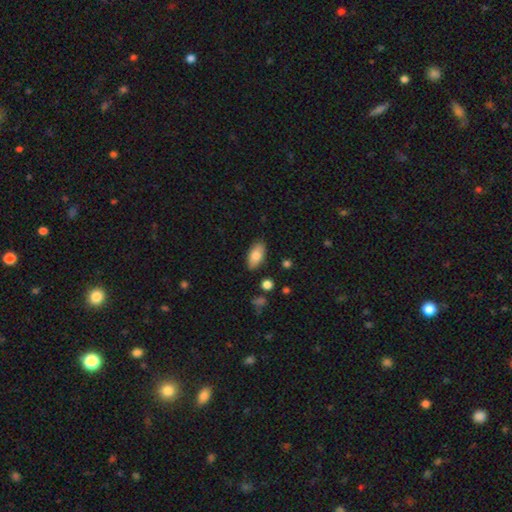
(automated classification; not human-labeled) Smooth or featured? smooth (81%)
How rounded? in between (92%)
Merging? none (85%)